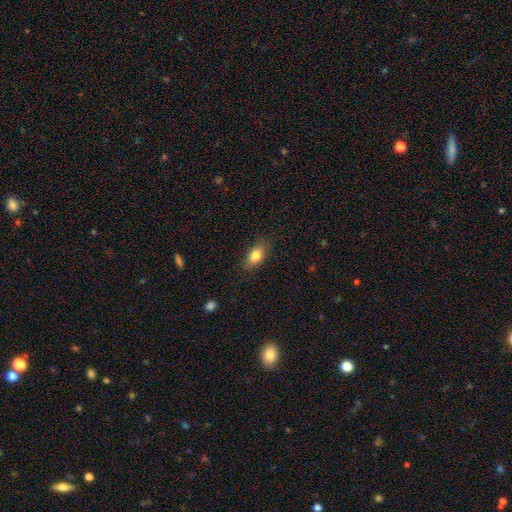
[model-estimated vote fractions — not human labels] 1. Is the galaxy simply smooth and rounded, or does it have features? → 81% smooth, 11% featured or disk, 8% star or artifact.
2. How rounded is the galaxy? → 84% in between, 10% round, 6% cigar-shaped.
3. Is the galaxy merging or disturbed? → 82% none, 14% minor disturbance, 3% major disturbance, 1% merger.